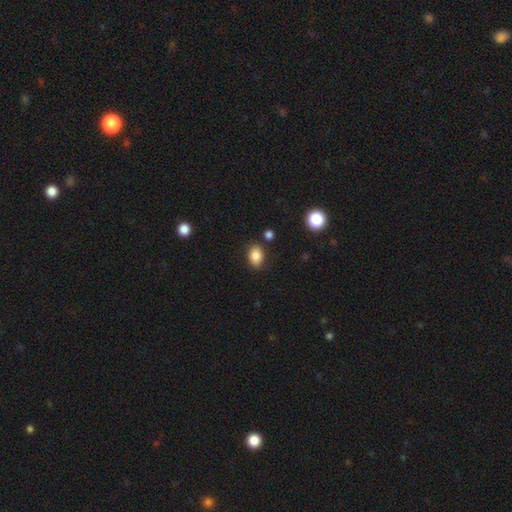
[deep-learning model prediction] Smooth or featured: smooth — 85% (star or artifact — 9%)
How rounded: in between — 76% (round — 23%)
Merging: none — 80% (minor disturbance — 13%)